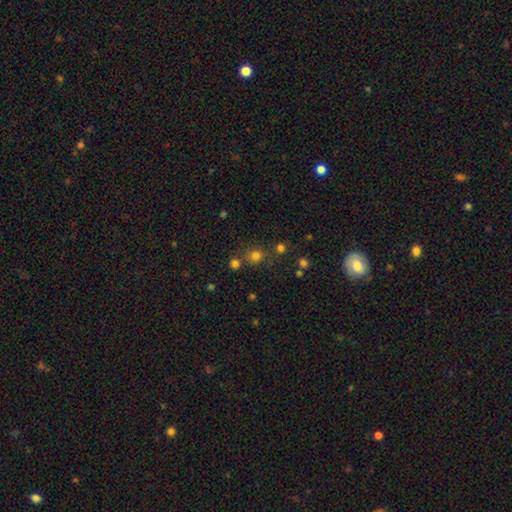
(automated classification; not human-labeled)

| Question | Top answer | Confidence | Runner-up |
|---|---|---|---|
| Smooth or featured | smooth | 71% | star or artifact (22%) |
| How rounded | round | 88% | in between (11%) |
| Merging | none | 72% | merger (15%) |